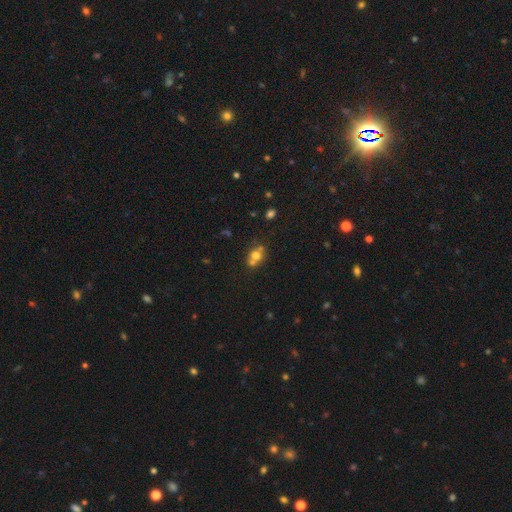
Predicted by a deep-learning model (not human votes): smooth-or-featured: smooth: 65% | featured or disk: 20% | star or artifact: 15%
  how-rounded: round: 63% | in between: 36% | cigar-shaped: 2%
  merging: none: 44% | merger: 41% | minor disturbance: 10% | major disturbance: 4%